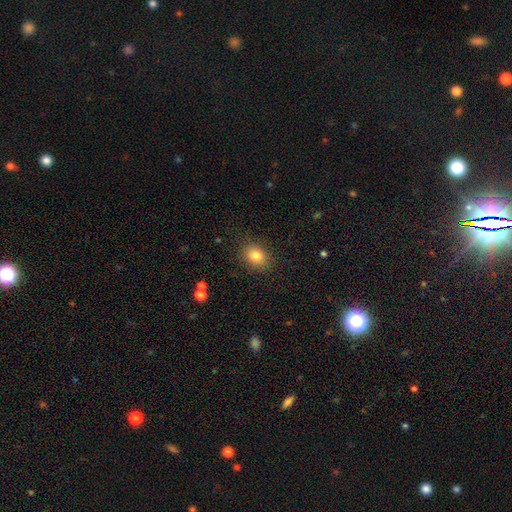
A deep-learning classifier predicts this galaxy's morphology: smooth_or_featured: smooth (p=0.82) [alt: star or artifact p=0.10]
how_rounded: in between (p=0.50) [alt: round p=0.49]
merging: none (p=0.87) [alt: minor disturbance p=0.09]